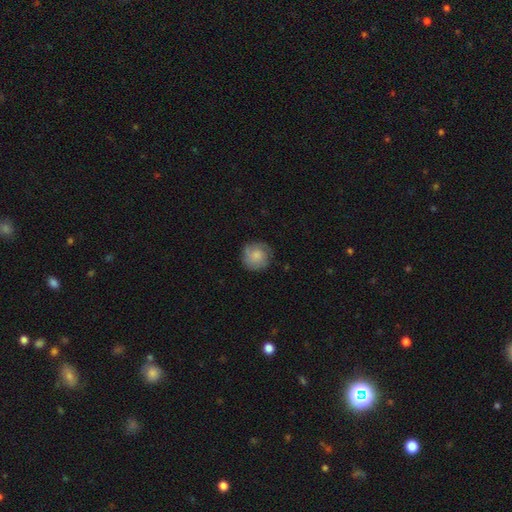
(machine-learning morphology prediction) Q: Smooth or featured?
A: smooth (67%); runner-up: featured or disk (25%)
Q: How rounded?
A: round (91%); runner-up: in between (8%)
Q: Merging?
A: none (76%); runner-up: minor disturbance (18%)